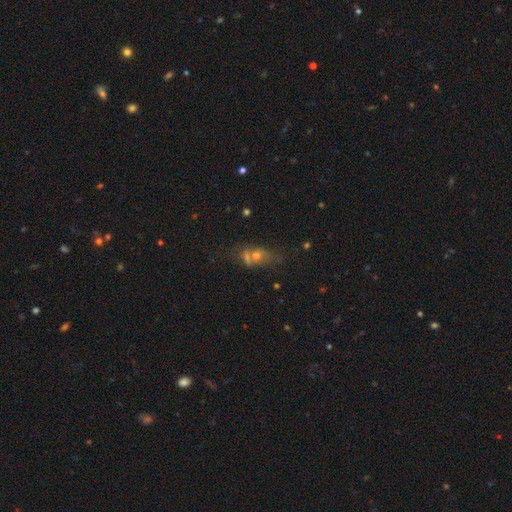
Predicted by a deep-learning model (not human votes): Overall: smooth (48%; featured or disk 27%). Merging: merger (38%, tied with none).